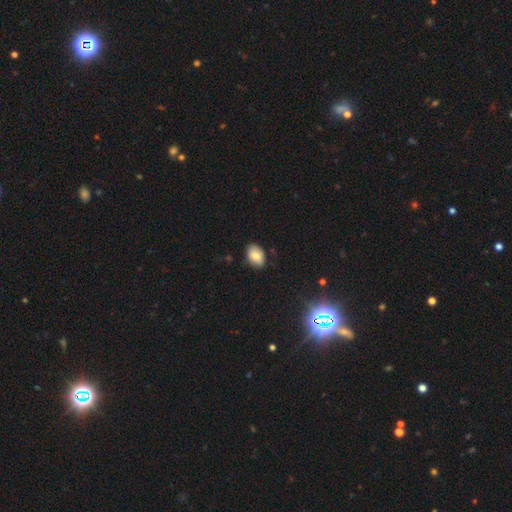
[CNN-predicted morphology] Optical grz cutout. It shows a smooth galaxy with no disk features (81%) that is in between round and cigar-shaped (81%). Merging: none (83%).